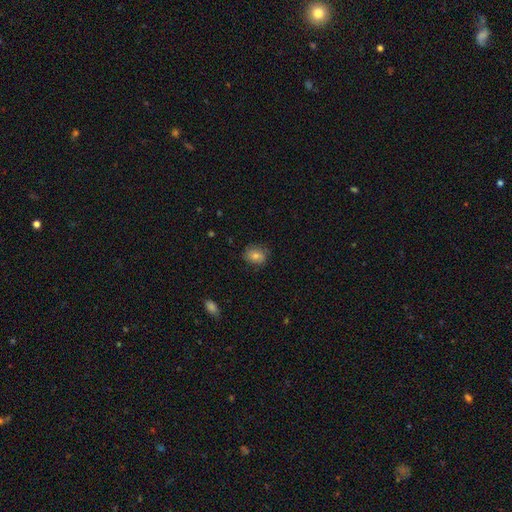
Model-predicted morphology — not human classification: Q: Smooth or featured?
A: smooth (73%); runner-up: featured or disk (17%)
Q: How rounded?
A: round (51%); runner-up: in between (48%)
Q: Merging?
A: none (77%); runner-up: minor disturbance (18%)